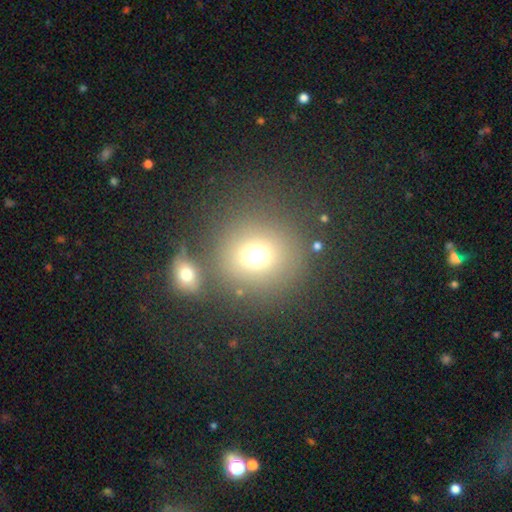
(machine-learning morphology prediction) smooth-or-featured: smooth: 71% | star or artifact: 18% | featured or disk: 11%
  how-rounded: round: 87% | in between: 12% | cigar-shaped: 1%
  merging: none: 66% | merger: 19% | minor disturbance: 9% | major disturbance: 6%